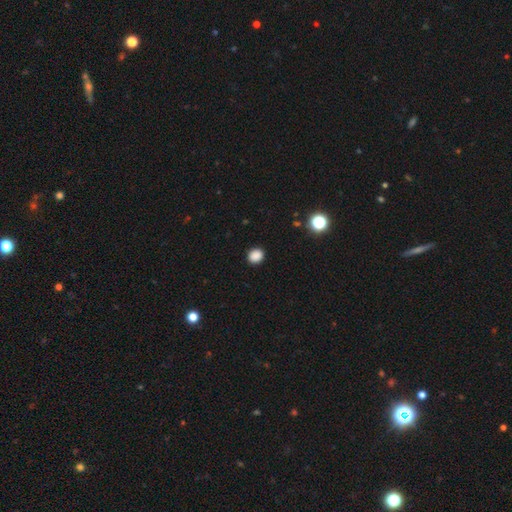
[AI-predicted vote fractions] The model was most divided on "how rounded": round: 72%, in between: 27%, cigar-shaped: 1%. More confident: merging — none (90%); smooth or featured — smooth (87%).